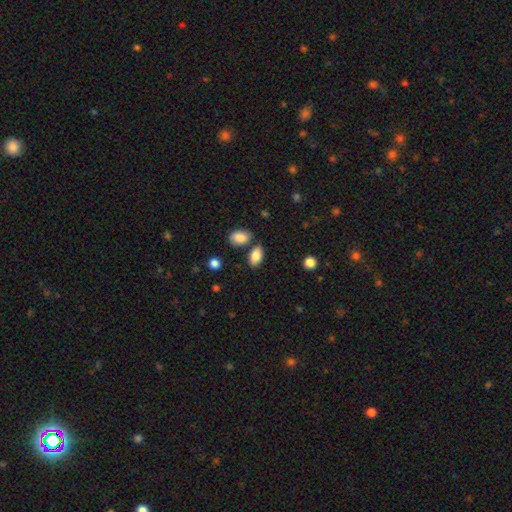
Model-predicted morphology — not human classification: A smooth galaxy with no disk features (86%) that is in between round and cigar-shaped (92%).

Vote fractions:
- Smooth or featured? smooth: 86% / star or artifact: 7% / featured or disk: 7%
- How rounded? in between: 92% / round: 5% / cigar-shaped: 3%
- Merging? none: 72% / minor disturbance: 13% / merger: 12% / major disturbance: 3%